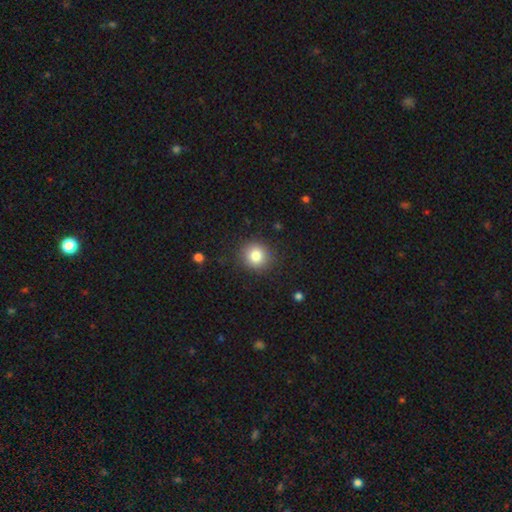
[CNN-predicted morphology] Smooth or featured: smooth — 83% (star or artifact — 11%)
How rounded: round — 88% (in between — 11%)
Merging: none — 88% (minor disturbance — 8%)